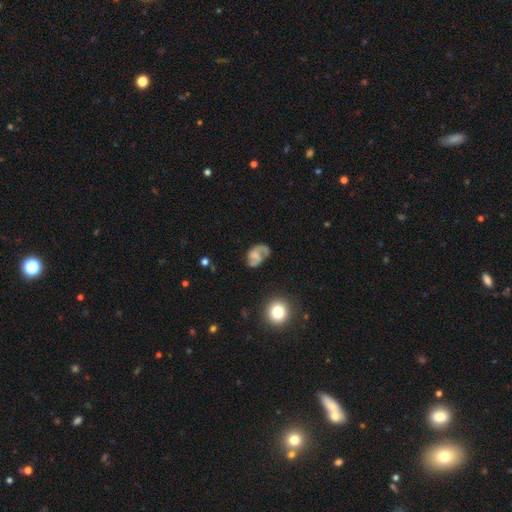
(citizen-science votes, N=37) Volunteers were most divided on "merging": major disturbance: 44%, none: 35%, minor disturbance: 18%, merger: 3%. Remaining: edge-on disk — no (100%); spiral arm count — 2 (85%); smooth or featured — featured or disk (62%); spiral winding — medium (62%); spiral arms — yes (57%); bar — no (57%); bulge size — none (43%).